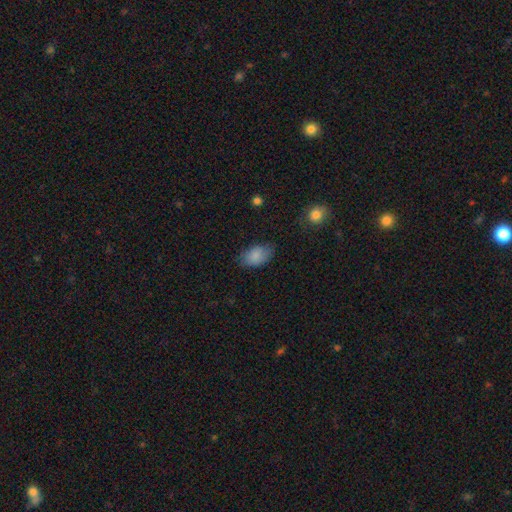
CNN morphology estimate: Smooth or featured: smooth — 86% (star or artifact — 8%)
How rounded: in between — 91% (round — 7%)
Merging: none — 74% (minor disturbance — 20%)